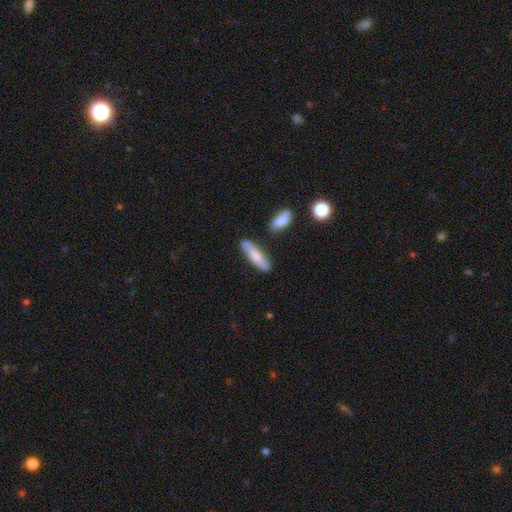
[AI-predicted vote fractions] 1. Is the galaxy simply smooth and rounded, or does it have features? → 68% smooth, 26% featured or disk, 6% star or artifact.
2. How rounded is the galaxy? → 67% cigar-shaped, 30% in between, 2% round.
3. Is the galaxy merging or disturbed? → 70% none, 18% minor disturbance, 8% merger, 4% major disturbance.